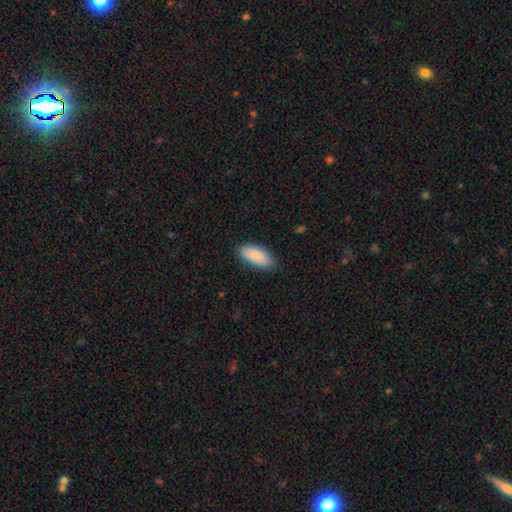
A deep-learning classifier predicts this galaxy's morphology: smooth_or_featured: smooth (p=0.89) [alt: star or artifact p=0.06]
how_rounded: in between (p=0.87) [alt: cigar-shaped p=0.12]
merging: none (p=0.85) [alt: minor disturbance p=0.12]